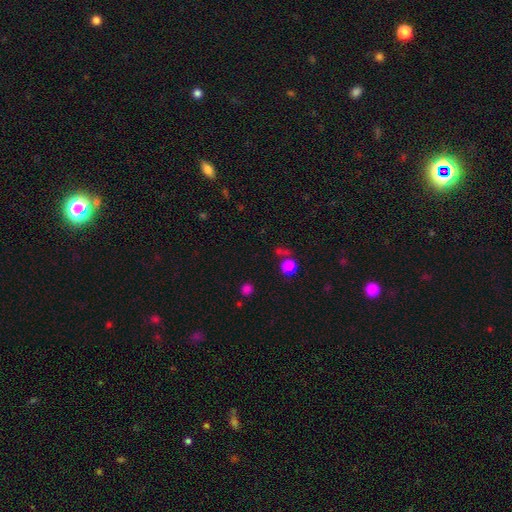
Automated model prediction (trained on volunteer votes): Smooth or featured?
  - smooth: 61% *
  - star or artifact: 32%
  - featured or disk: 7%
How rounded?
  - round: 81% *
  - in between: 16%
  - cigar-shaped: 2%
Merging?
  - none: 70% *
  - merger: 14%
  - minor disturbance: 10%
  - major disturbance: 6%